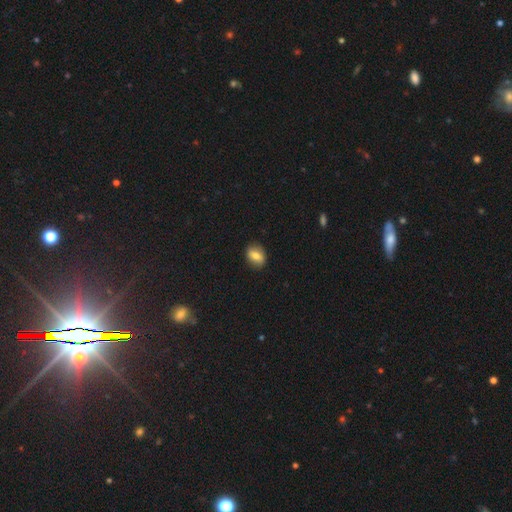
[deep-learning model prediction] A smooth galaxy with no disk features (74%) that is in between round and cigar-shaped (65%).

Vote fractions:
- Smooth or featured? smooth: 74% / featured or disk: 18% / star or artifact: 8%
- How rounded? in between: 65% / round: 33% / cigar-shaped: 2%
- Merging? none: 87% / minor disturbance: 10% / major disturbance: 2% / merger: 1%